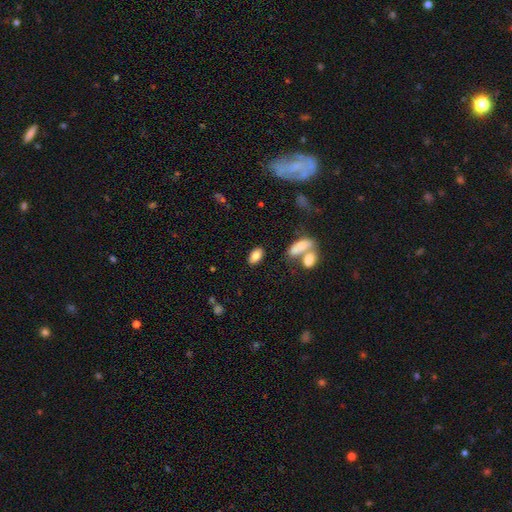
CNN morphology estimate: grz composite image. It shows a smooth galaxy with no disk features (81%) that is in between round and cigar-shaped (91%). Merging: none (79%).